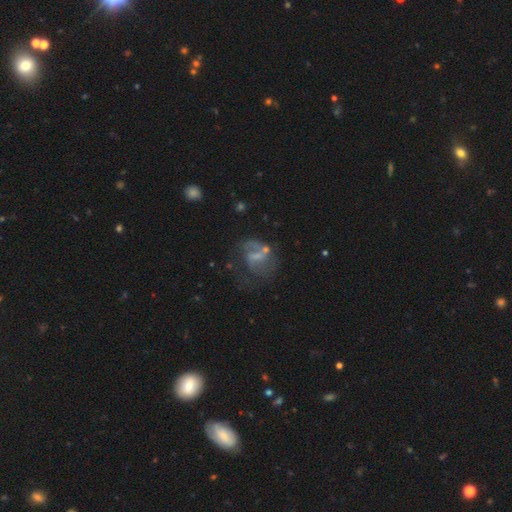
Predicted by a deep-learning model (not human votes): Smooth or featured? featured or disk (61%)
Edge-on disk? no (96%)
Bar? weak (40%, tied with no)
Spiral arms? yes (62%)
Bulge size? none (44%)
Merging? none (44%)